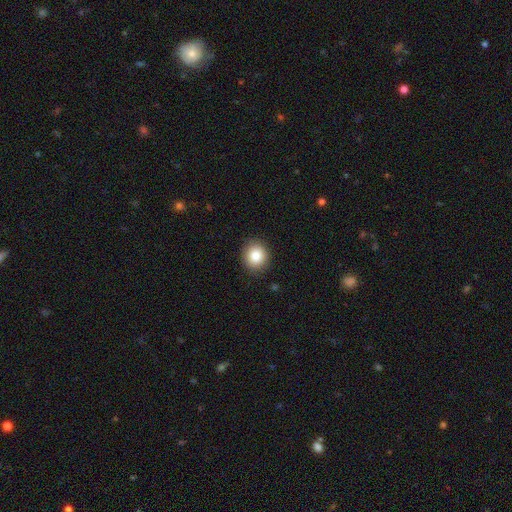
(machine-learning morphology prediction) Smooth or featured?
  - smooth: 85% *
  - star or artifact: 9%
  - featured or disk: 6%
How rounded?
  - round: 78% *
  - in between: 21%
  - cigar-shaped: 1%
Merging?
  - none: 89% *
  - minor disturbance: 8%
  - major disturbance: 2%
  - merger: 1%